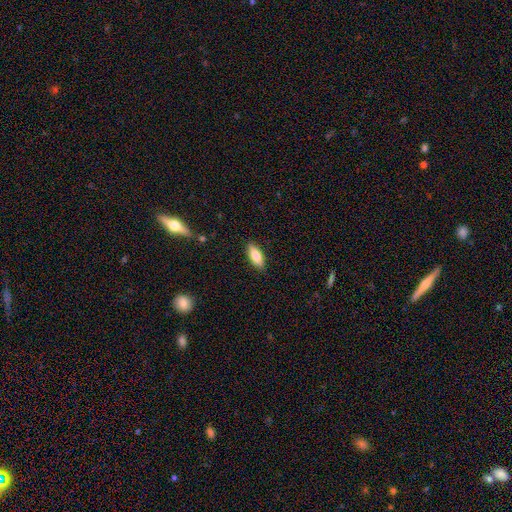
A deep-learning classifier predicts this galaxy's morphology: Smooth or featured? Predicted: smooth (p=0.81). How rounded? Predicted: in between (p=0.76). Merging? Predicted: none (p=0.88).